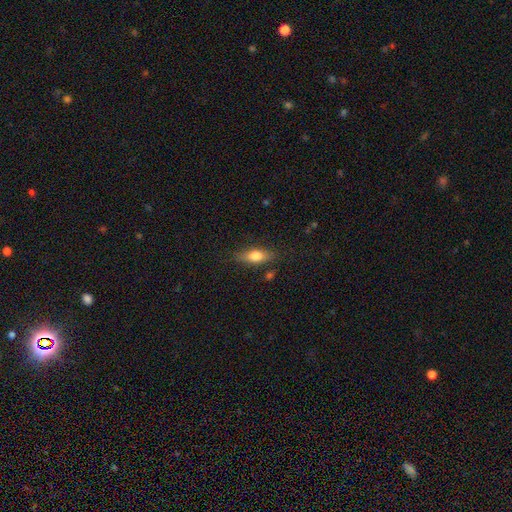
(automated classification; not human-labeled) Smooth or featured: smooth — 70% (featured or disk — 22%)
How rounded: in between — 69% (cigar-shaped — 26%)
Merging: none — 79% (minor disturbance — 14%)